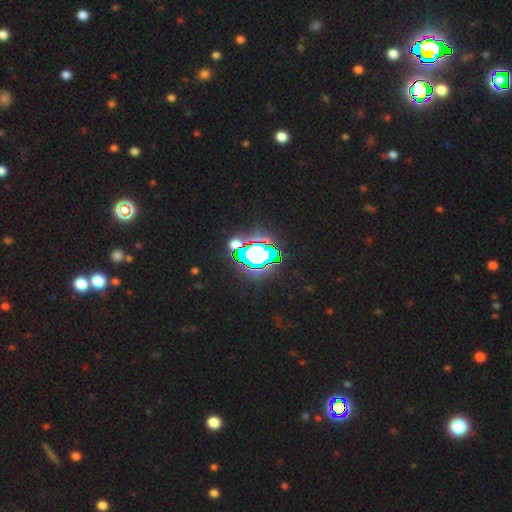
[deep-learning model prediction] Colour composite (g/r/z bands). It shows a star or artifact, not a galaxy (70%).